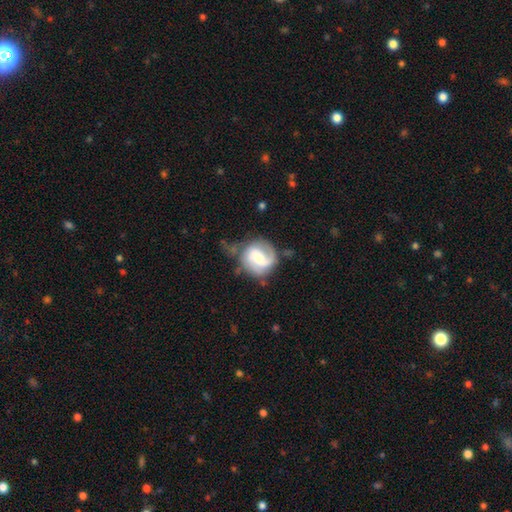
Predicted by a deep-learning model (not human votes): smooth_or_featured: featured or disk (p=0.68) [alt: smooth p=0.24]
disk_edge_on: no (p=0.98) [alt: yes p=0.02]
bar: weak (p=0.50) [alt: no p=0.29]
has_spiral_arms: yes (p=0.87) [alt: no p=0.13]
spiral_winding: medium (p=0.41) [alt: tight p=0.34]
spiral_arm_count: 2 (p=0.63) [alt: 1 p=0.18]
bulge_size: moderate (p=0.44) [alt: small p=0.33]
merging: none (p=0.50) [alt: minor disturbance p=0.27]